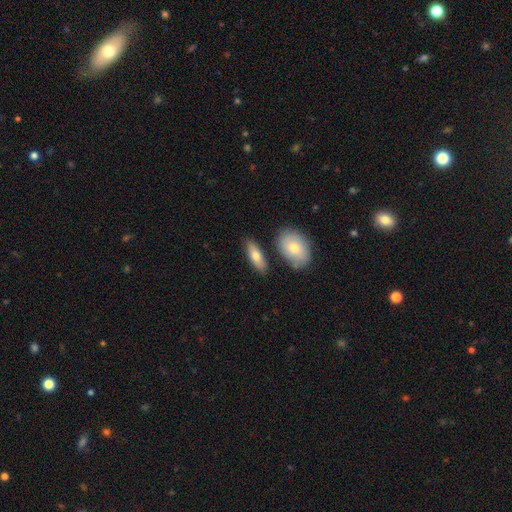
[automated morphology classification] Smooth or featured? Predicted: smooth (p=0.72). How rounded? Predicted: in between (p=0.65). Merging? Predicted: none (p=0.76).